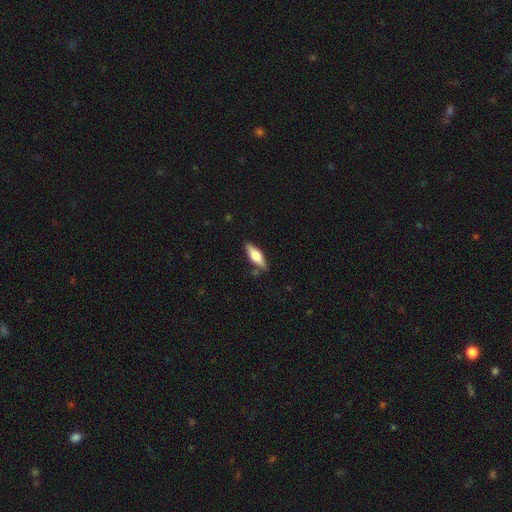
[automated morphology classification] This appears to be a smooth galaxy with no disk features (49%). Merging: none (82%).